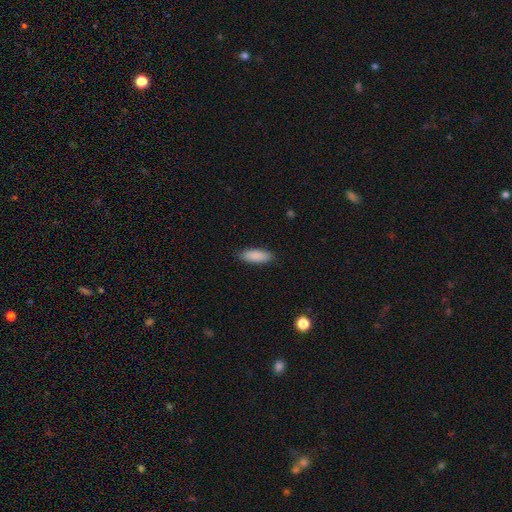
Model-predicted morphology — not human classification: The model was most divided on "how rounded": in between: 70%, cigar-shaped: 28%, round: 2%. More confident: smooth or featured — smooth (89%); merging — none (88%).